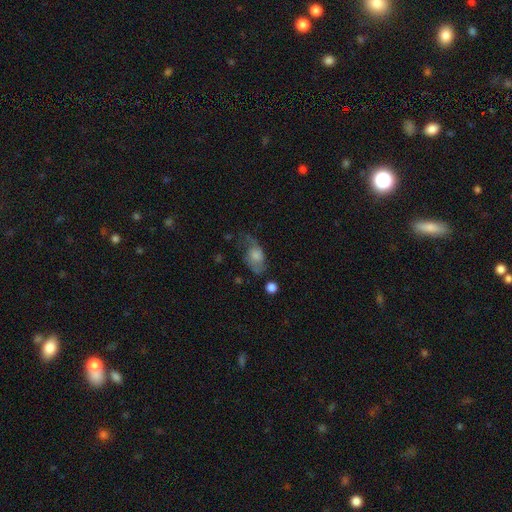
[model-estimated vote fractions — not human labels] Q: Smooth or featured?
A: smooth (48%); runner-up: featured or disk (44%)
Q: Merging?
A: none (39%); runner-up: major disturbance (29%)